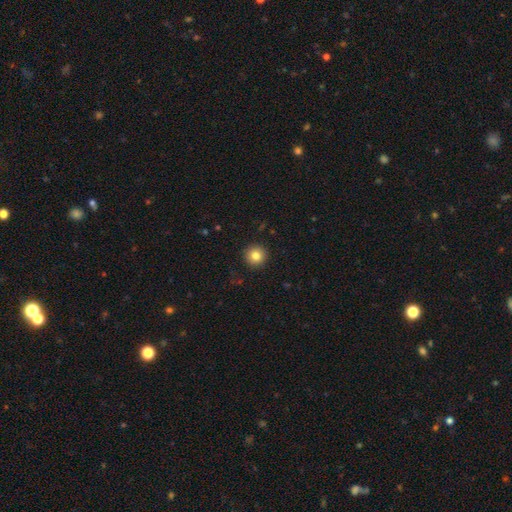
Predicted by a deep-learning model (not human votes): A smooth galaxy with no disk features (81%) that is round (96%).

Vote fractions:
- Smooth or featured? smooth: 81% / star or artifact: 11% / featured or disk: 8%
- How rounded? round: 96% / in between: 3% / cigar-shaped: 1%
- Merging? none: 93% / minor disturbance: 5% / major disturbance: 2% / merger: 1%